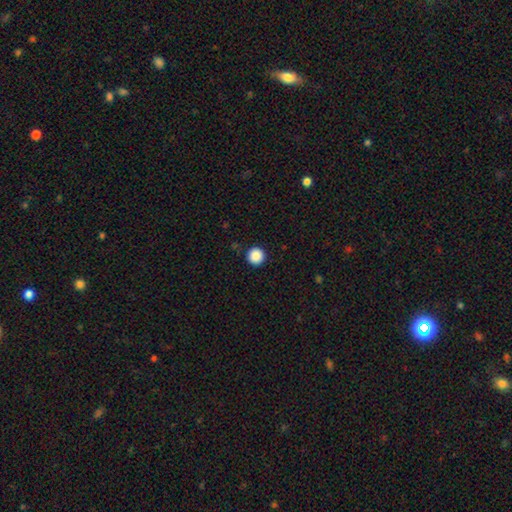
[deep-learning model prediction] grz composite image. It shows a smooth galaxy with no disk features (89%) that is round (96%). Merging: none (93%).